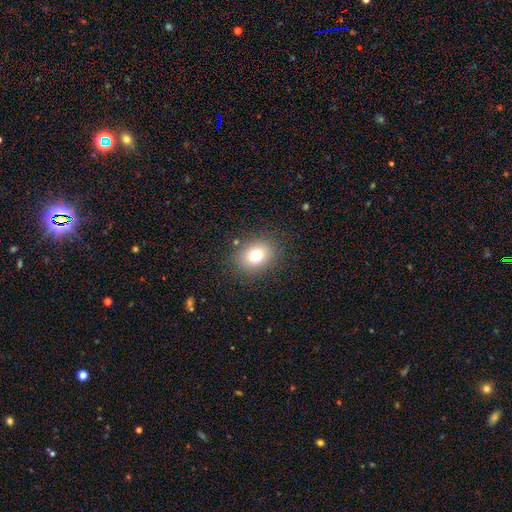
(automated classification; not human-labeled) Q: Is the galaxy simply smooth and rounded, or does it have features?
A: smooth — 75%.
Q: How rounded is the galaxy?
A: round — 53%.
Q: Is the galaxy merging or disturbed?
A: none — 85%.